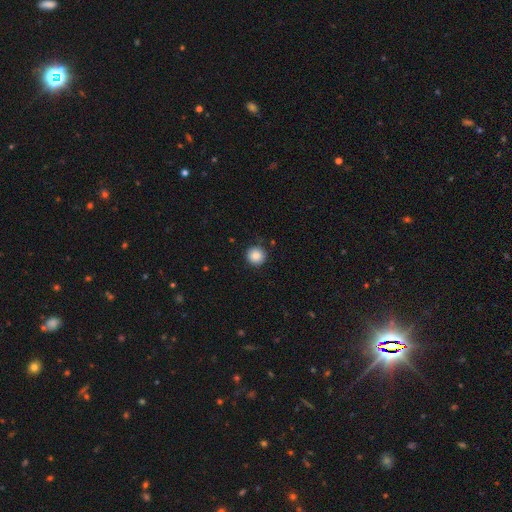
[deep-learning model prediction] smooth 87%, star or artifact 9%, featured or disk 4%. Down the decision tree: how rounded — round (95%); merging — none (88%).